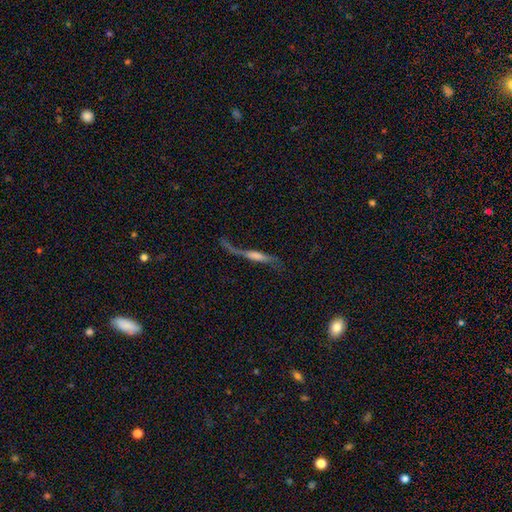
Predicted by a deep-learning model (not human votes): The model was most divided on "merging": none: 43%, major disturbance: 31%, minor disturbance: 20%, merger: 6%. More confident: smooth or featured — featured or disk (69%); edge-on disk — yes (63%).